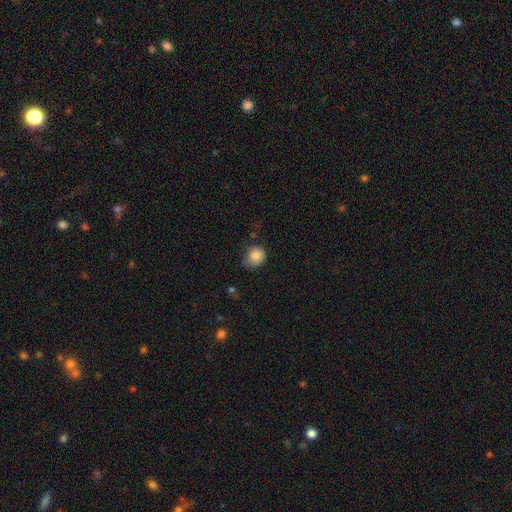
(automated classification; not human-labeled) Overall: smooth (84%). How rounded: round (74%). Merging: none (59%; minor disturbance 32%).